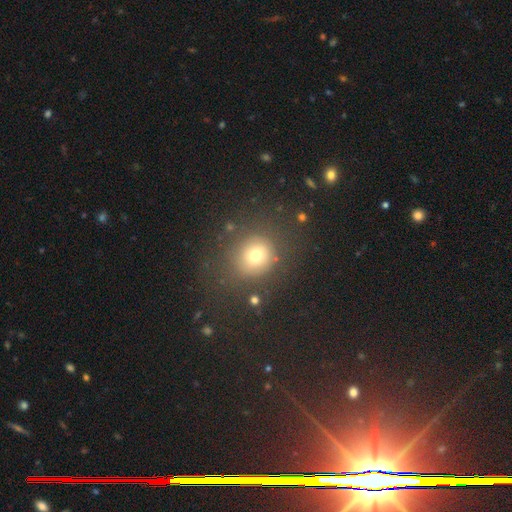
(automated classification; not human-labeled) Q: Smooth or featured?
A: smooth (72%); runner-up: star or artifact (17%)
Q: How rounded?
A: round (81%); runner-up: in between (18%)
Q: Merging?
A: none (77%); runner-up: minor disturbance (12%)